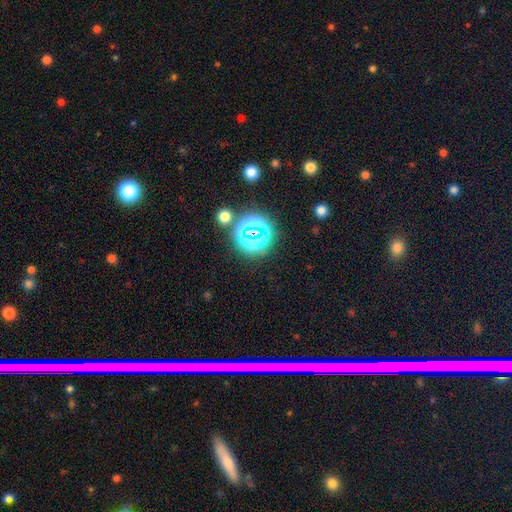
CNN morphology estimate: Smooth or featured: star or artifact — 58% (smooth — 31%)